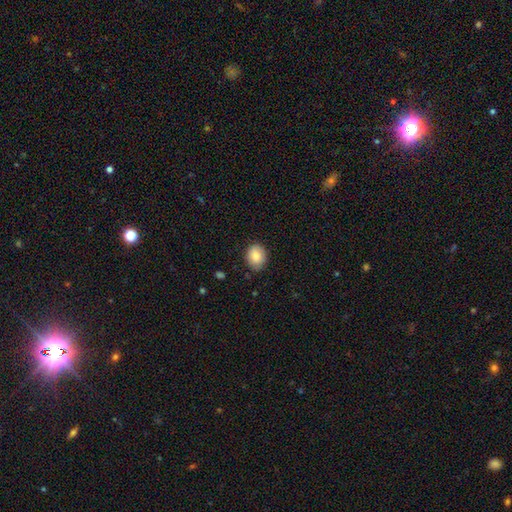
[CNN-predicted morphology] smooth_or_featured: smooth (p=0.86) [alt: star or artifact p=0.08]
how_rounded: in between (p=0.52) [alt: round p=0.47]
merging: none (p=0.83) [alt: minor disturbance p=0.13]